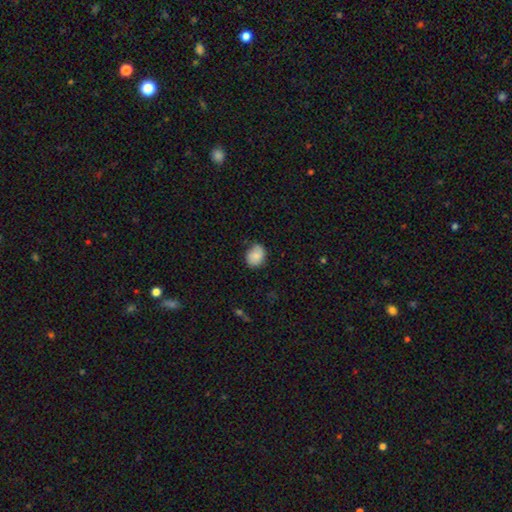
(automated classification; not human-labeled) Q: Smooth or featured?
A: smooth (81%); runner-up: featured or disk (11%)
Q: How rounded?
A: in between (53%); runner-up: round (46%)
Q: Merging?
A: none (77%); runner-up: minor disturbance (19%)